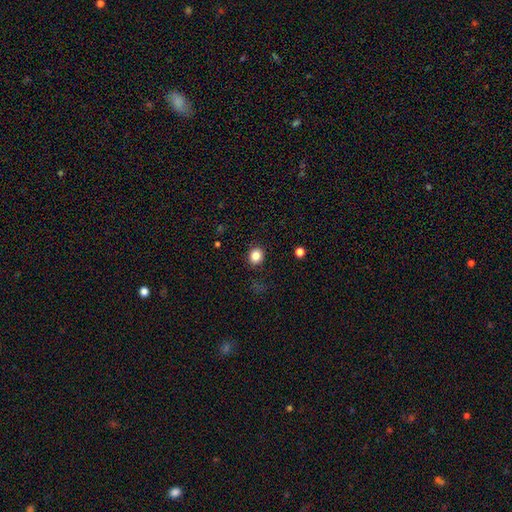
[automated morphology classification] smooth-or-featured: smooth: 84% | star or artifact: 11% | featured or disk: 5%
  how-rounded: round: 75% | in between: 24% | cigar-shaped: 1%
  merging: none: 87% | minor disturbance: 9% | major disturbance: 3% | merger: 1%